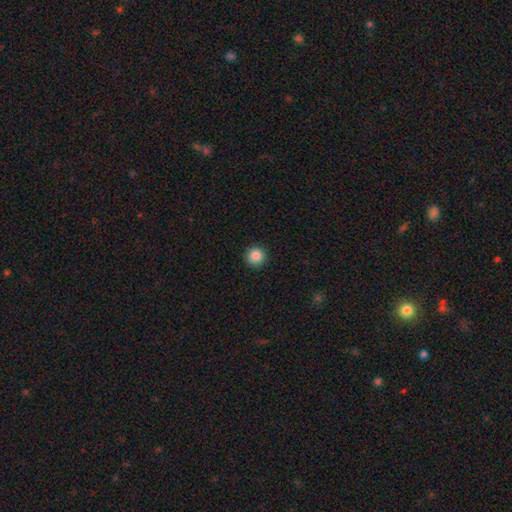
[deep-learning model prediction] Smooth or featured: smooth — 87% (star or artifact — 10%)
How rounded: round — 95% (in between — 4%)
Merging: none — 92% (minor disturbance — 5%)